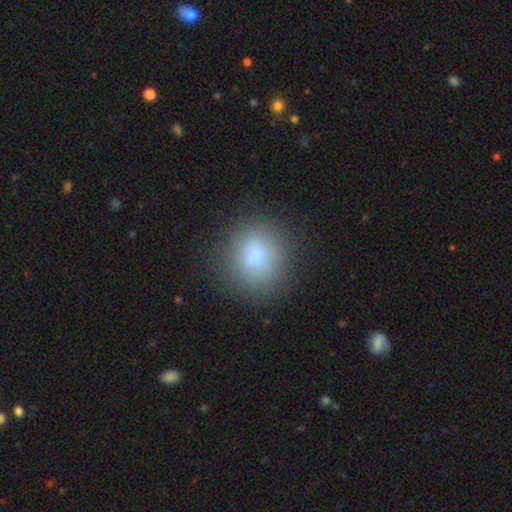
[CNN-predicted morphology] type=smooth (79%); roundness=round (78%); merging=none (79%).